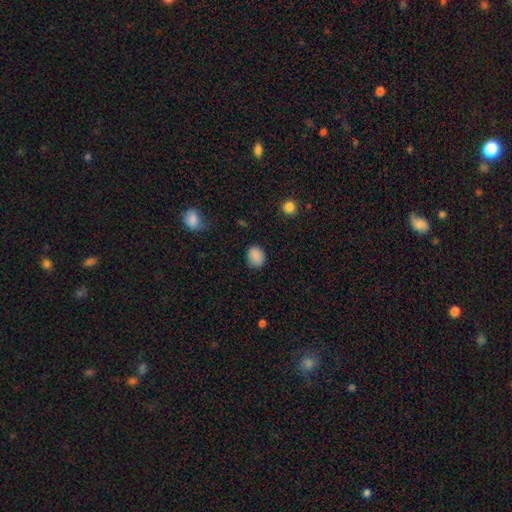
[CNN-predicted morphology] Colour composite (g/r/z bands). It shows a smooth galaxy with no disk features (87%) that is round (51%). Merging: none (81%).